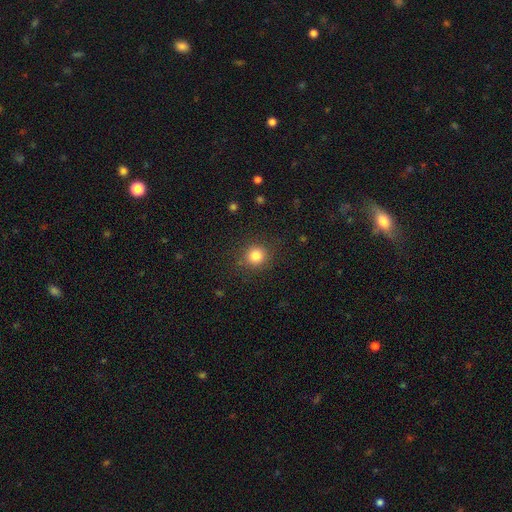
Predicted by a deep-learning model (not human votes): The model was most divided on "smooth or featured": smooth: 83%, star or artifact: 12%, featured or disk: 6%. More confident: how rounded — round (89%); merging — none (87%).